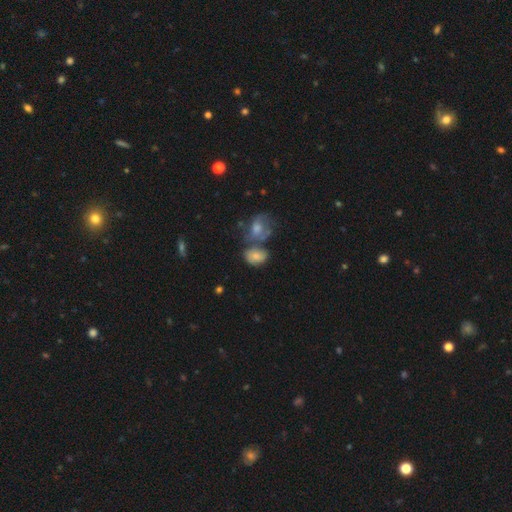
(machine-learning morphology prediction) Smooth or featured: smooth — 68% (featured or disk — 22%)
How rounded: in between — 69% (round — 29%)
Merging: none — 38% (merger — 37%)